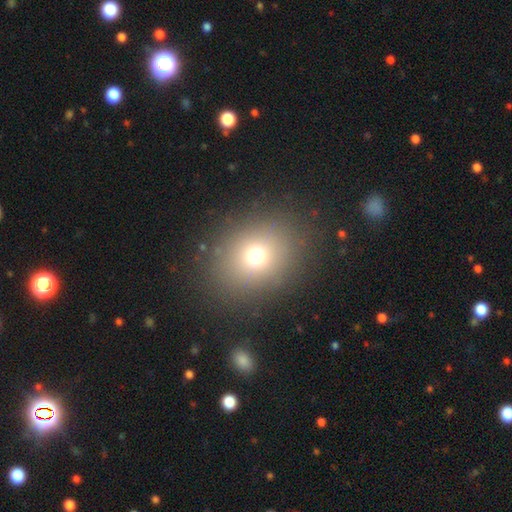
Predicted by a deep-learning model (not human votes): Overall: smooth (71%). How rounded: round (58%; in between 41%). Merging: none (86%).